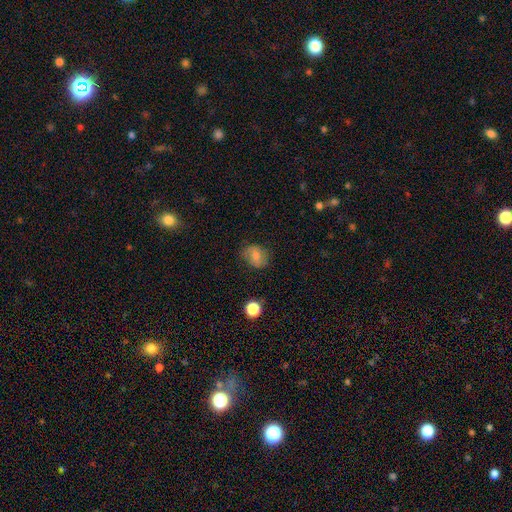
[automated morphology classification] Smooth or featured? smooth (70%)
How rounded? round (51%)
Merging? none (72%)